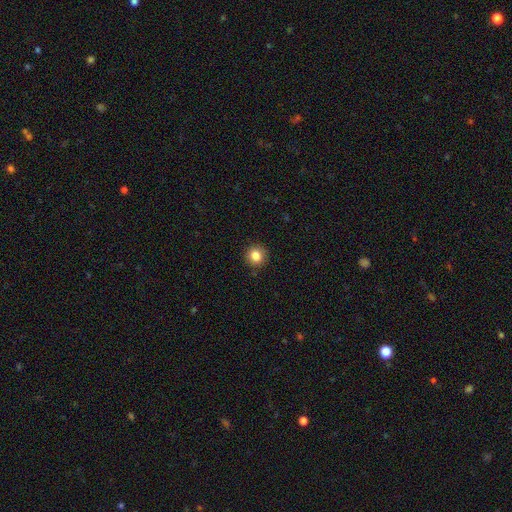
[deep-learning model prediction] This appears to be a smooth galaxy with no disk features (84%) that is round (91%). Merging: none (91%).